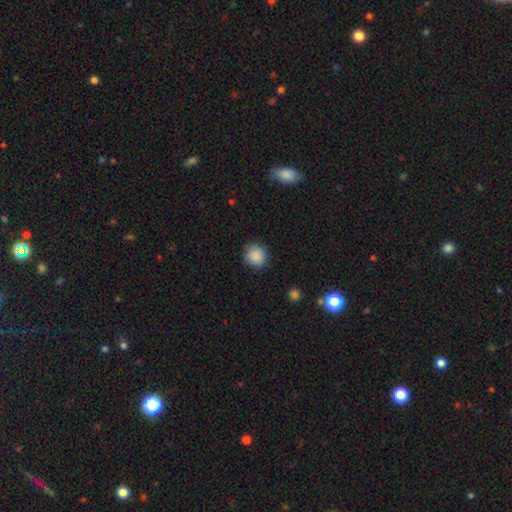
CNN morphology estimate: smooth_or_featured: smooth (p=0.88) [alt: star or artifact p=0.09]
how_rounded: round (p=0.90) [alt: in between p=0.09]
merging: none (p=0.86) [alt: minor disturbance p=0.10]